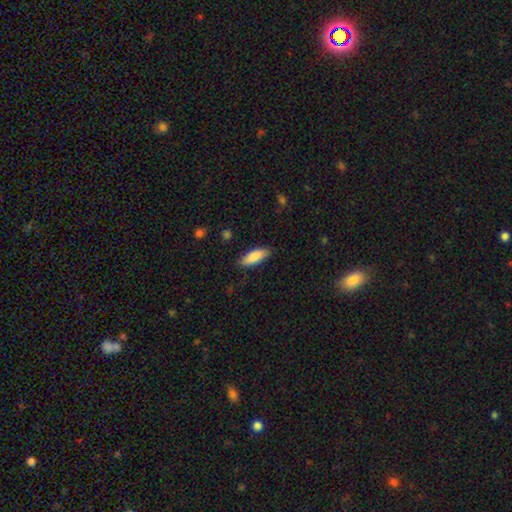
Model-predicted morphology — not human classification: smooth 86%, featured or disk 8%, star or artifact 6%. Down the decision tree: how rounded — in between (70%); merging — none (84%).